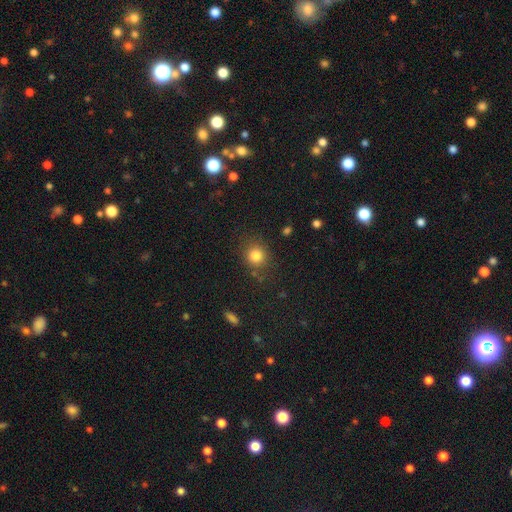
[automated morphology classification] This is clearly a smooth galaxy (82%). How rounded: clearly round (85%). Merging: clearly none (80%).